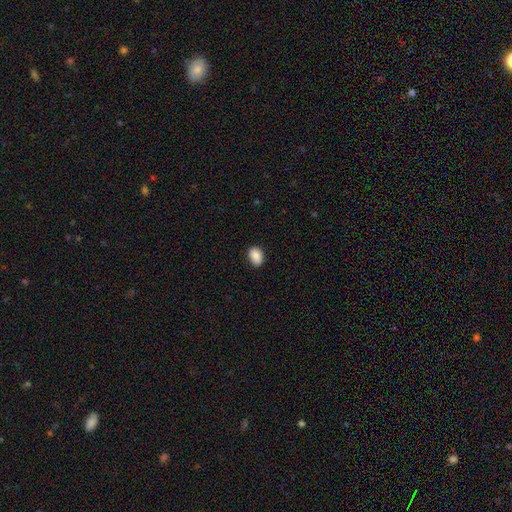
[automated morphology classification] Smooth or featured? smooth (87%)
How rounded? in between (80%)
Merging? none (80%)